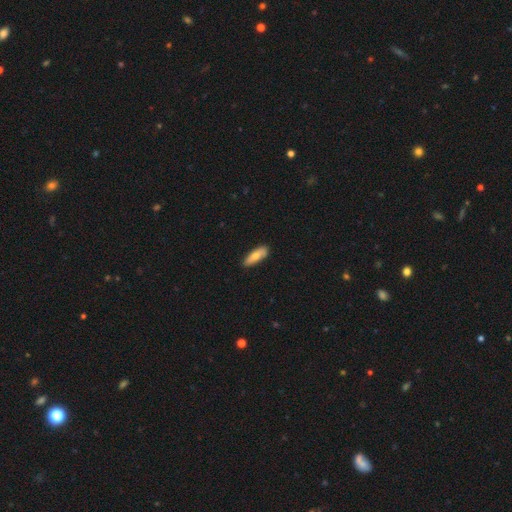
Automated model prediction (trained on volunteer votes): smooth-or-featured: smooth: 72% | featured or disk: 23% | star or artifact: 6%
  how-rounded: in between: 50% | cigar-shaped: 47% | round: 2%
  merging: none: 84% | minor disturbance: 13% | major disturbance: 2% | merger: 1%